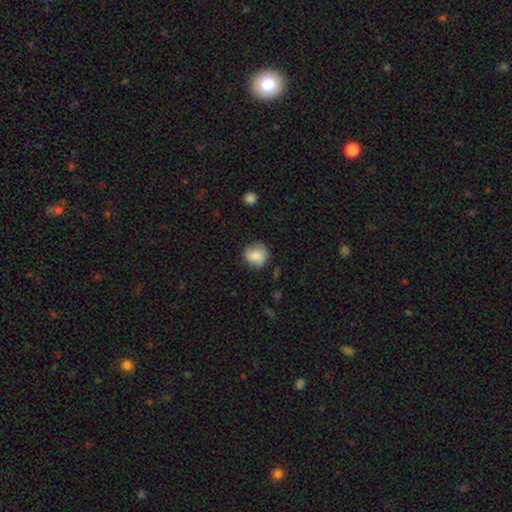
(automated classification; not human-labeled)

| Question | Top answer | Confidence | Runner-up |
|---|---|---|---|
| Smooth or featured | smooth | 80% | featured or disk (11%) |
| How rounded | round | 87% | in between (12%) |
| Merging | none | 79% | minor disturbance (16%) |